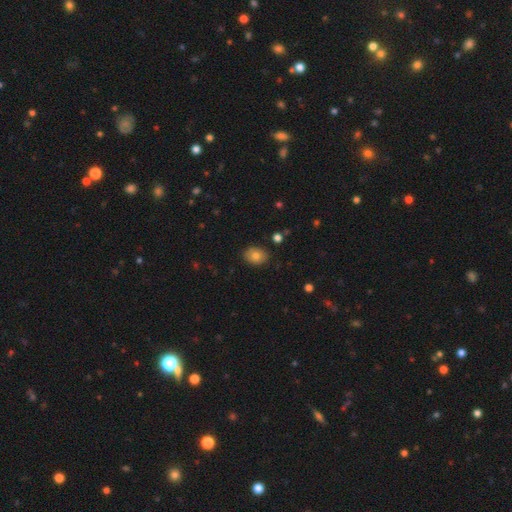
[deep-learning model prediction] The model was most divided on "how rounded": in between: 60%, round: 39%, cigar-shaped: 1%. More confident: merging — none (86%); smooth or featured — smooth (78%).